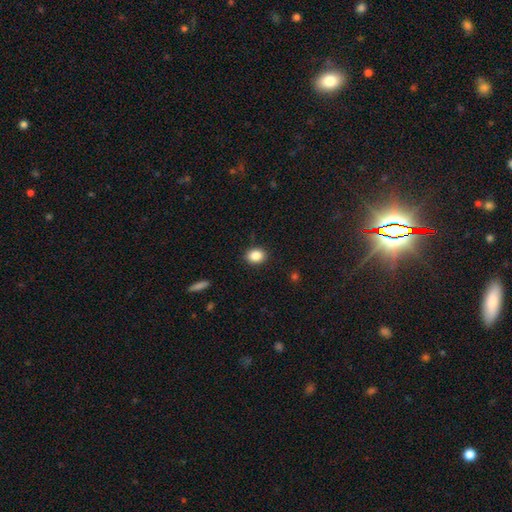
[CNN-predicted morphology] A smooth galaxy with no disk features (86%) that is in between round and cigar-shaped (50%). Merging: none (89%).